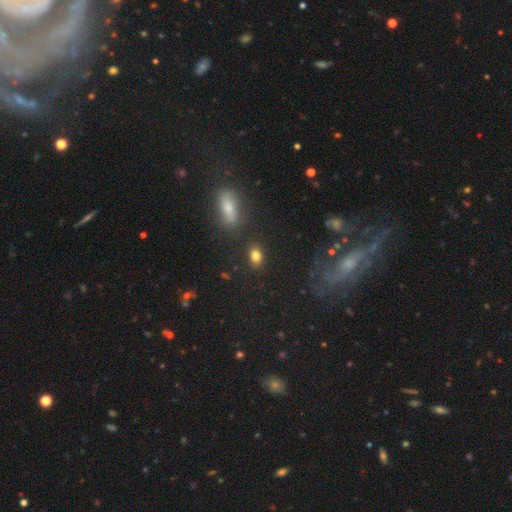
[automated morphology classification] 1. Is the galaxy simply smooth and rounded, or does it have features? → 82% smooth, 11% star or artifact, 7% featured or disk.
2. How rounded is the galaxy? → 75% in between, 23% round, 3% cigar-shaped.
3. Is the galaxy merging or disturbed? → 84% none, 9% minor disturbance, 4% merger, 3% major disturbance.